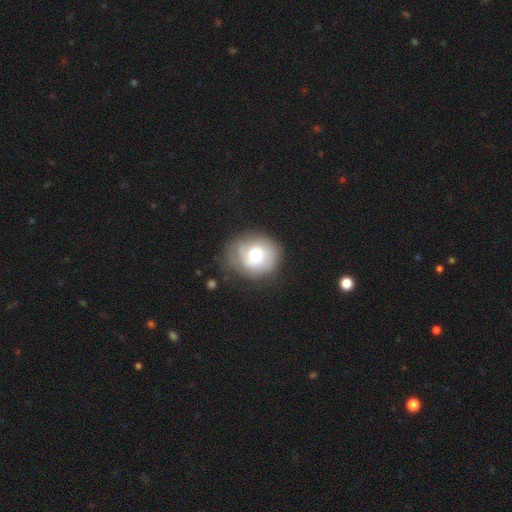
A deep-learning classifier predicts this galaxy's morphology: Smooth or featured?
  - smooth: 47% *
  - featured or disk: 46%
  - star or artifact: 7%
Merging?
  - none: 65% *
  - minor disturbance: 22%
  - major disturbance: 11%
  - merger: 2%